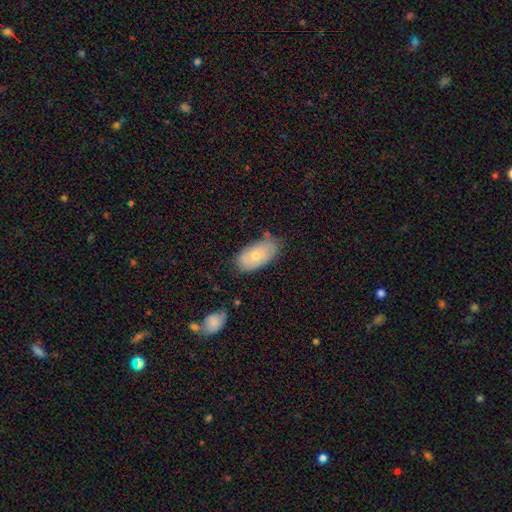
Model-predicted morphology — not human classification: smooth-or-featured: smooth: 64% | featured or disk: 29% | star or artifact: 7%
  how-rounded: in between: 93% | round: 4% | cigar-shaped: 3%
  merging: none: 63% | minor disturbance: 28% | major disturbance: 6% | merger: 3%